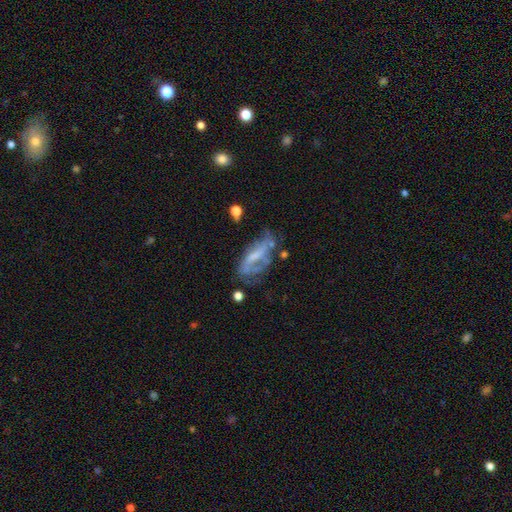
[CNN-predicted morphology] type=featured or disk (61%); edge-on=no (85%); bar=no (40%); spiral arms=yes (56%); bulge=none (40%); merging=none (39%).